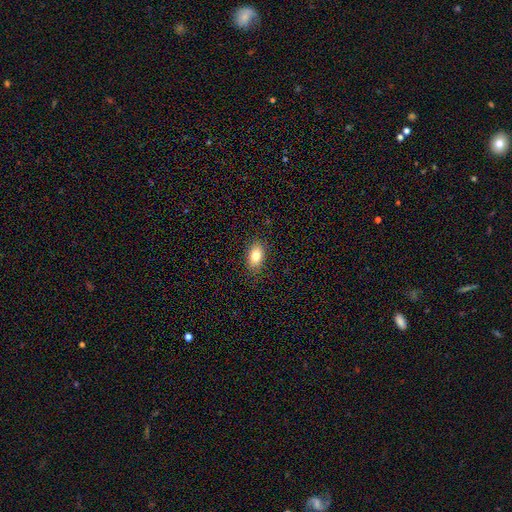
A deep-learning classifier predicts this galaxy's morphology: The model was most divided on "smooth or featured": smooth: 81%, featured or disk: 10%, star or artifact: 9%. More confident: how rounded — in between (88%); merging — none (87%).